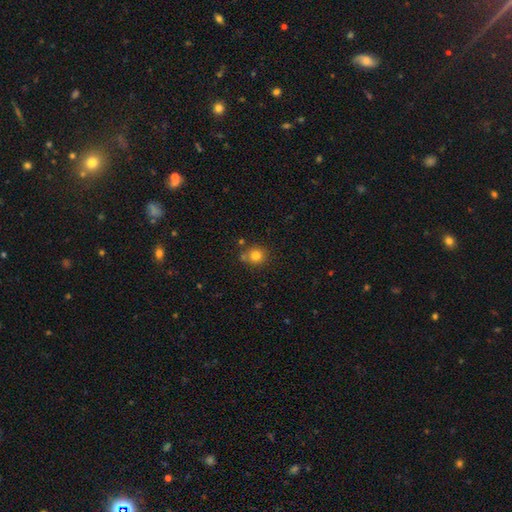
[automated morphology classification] This appears to be a smooth galaxy with no disk features (80%) that is round (86%). Merging: none (71%).